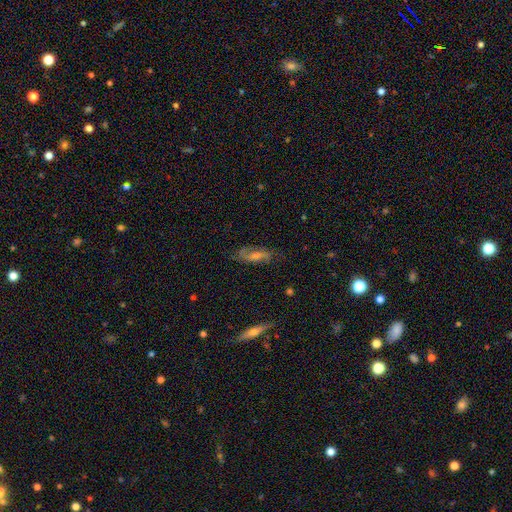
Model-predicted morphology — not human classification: Q: Smooth or featured?
A: featured or disk (70%); runner-up: smooth (20%)
Q: Edge-on disk?
A: no (83%); runner-up: yes (17%)
Q: Bar?
A: weak (42%); tied with: no (42%)
Q: Spiral arms?
A: yes (90%); runner-up: no (10%)
Q: Spiral winding?
A: medium (45%); runner-up: tight (29%)
Q: Spiral arm count?
A: 2 (79%); runner-up: can't tell (12%)
Q: Bulge size?
A: moderate (48%); runner-up: small (39%)
Q: Merging?
A: none (77%); runner-up: minor disturbance (16%)